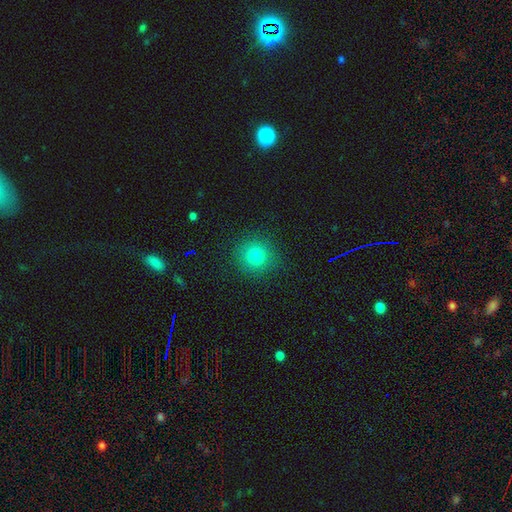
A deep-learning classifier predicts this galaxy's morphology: type=smooth (81%); roundness=round (91%); merging=none (88%).